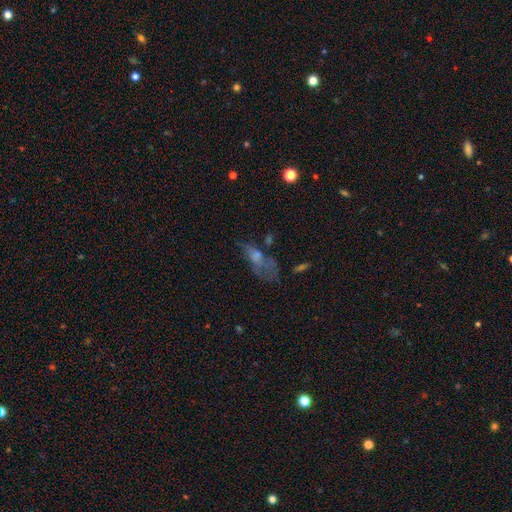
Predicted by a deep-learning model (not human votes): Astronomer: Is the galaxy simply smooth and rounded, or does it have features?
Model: smooth — 43% (runner-up: featured or disk, 38%).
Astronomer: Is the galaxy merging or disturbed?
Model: major disturbance — 38% (runner-up: none, 32%).